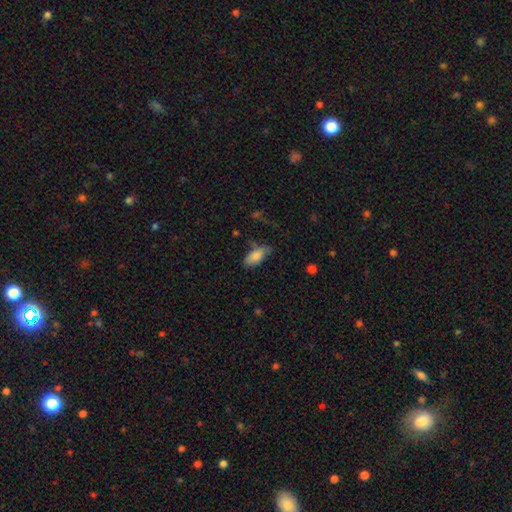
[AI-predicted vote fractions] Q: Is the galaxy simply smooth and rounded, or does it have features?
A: smooth — 82%.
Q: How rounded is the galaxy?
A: in between — 85%.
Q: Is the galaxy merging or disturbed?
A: none — 61%.